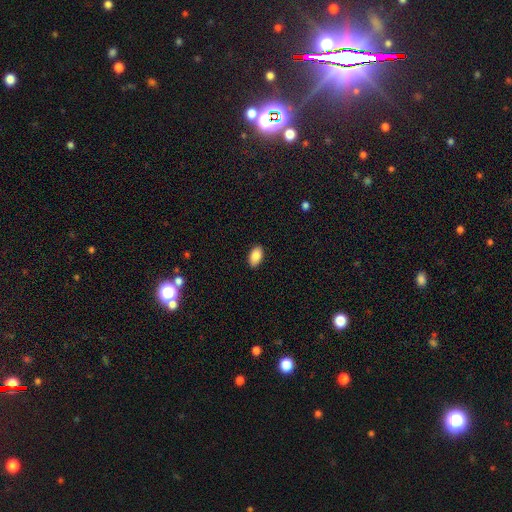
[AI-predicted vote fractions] A smooth galaxy with no disk features (87%) that is in between round and cigar-shaped (94%).

Vote fractions:
- Smooth or featured? smooth: 87% / star or artifact: 7% / featured or disk: 6%
- How rounded? in between: 94% / round: 5% / cigar-shaped: 2%
- Merging? none: 89% / minor disturbance: 8% / major disturbance: 2% / merger: 1%